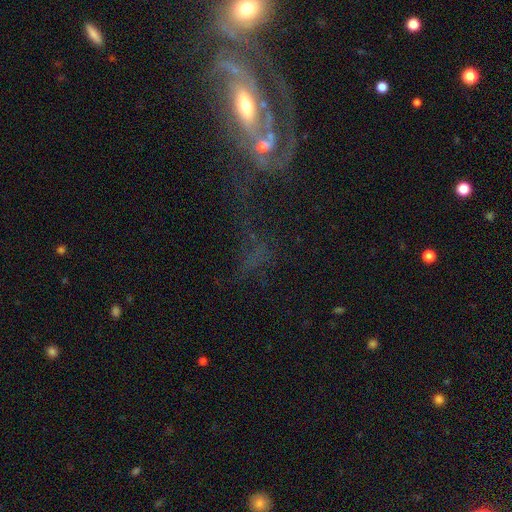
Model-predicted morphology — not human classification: Smooth or featured: featured or disk — 59% (star or artifact — 22%)
Edge-on disk: no — 91% (yes — 9%)
Bar: no — 58% (weak — 26%)
Spiral arms: yes — 57% (no — 43%)
Bulge size: moderate — 44% (small — 34%)
Merging: major disturbance — 31% (merger — 30%)